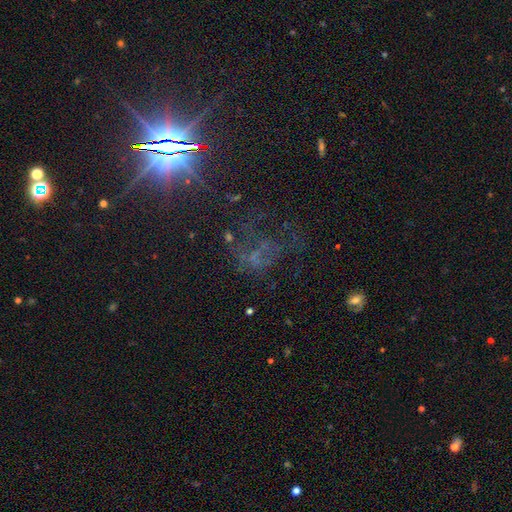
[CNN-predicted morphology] star or artifact 48%, featured or disk 33%, smooth 19%.